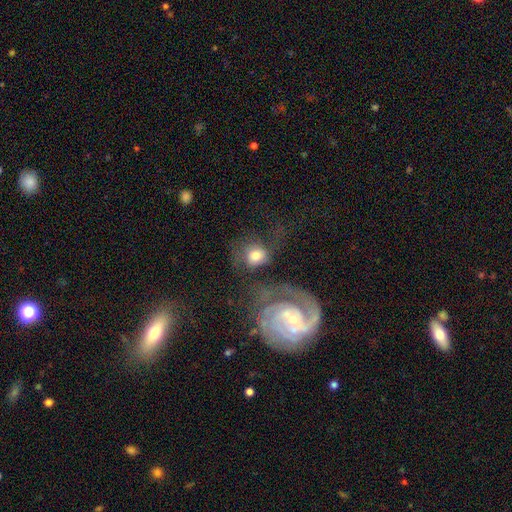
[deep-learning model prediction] Smooth or featured? Predicted: smooth (p=0.57). How rounded? Predicted: round (p=0.71). Merging? Predicted: none (p=0.37).